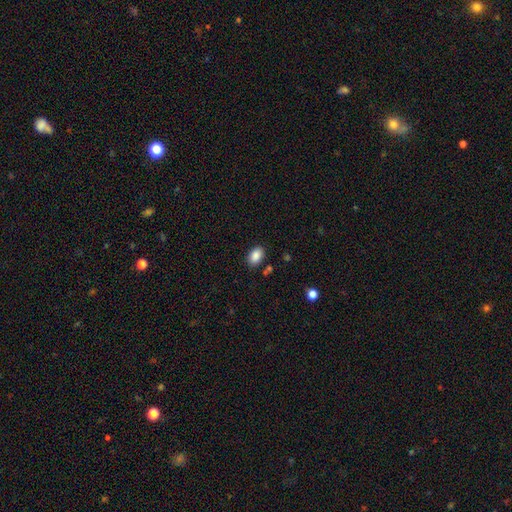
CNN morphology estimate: smooth 87%, star or artifact 8%, featured or disk 4%. Down the decision tree: how rounded — in between (86%); merging — none (84%).